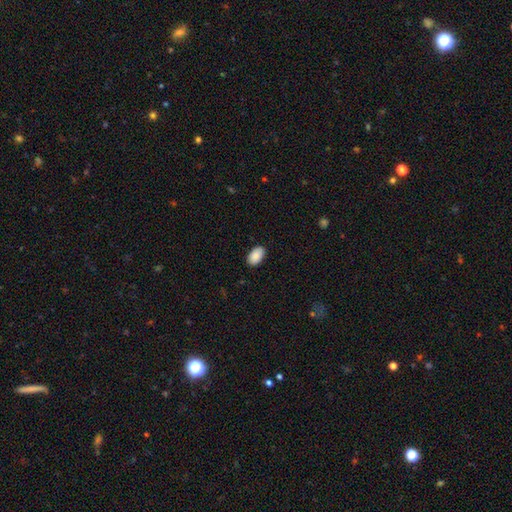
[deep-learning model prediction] smooth-or-featured: smooth: 90% | star or artifact: 6% | featured or disk: 3%
  how-rounded: in between: 93% | round: 6% | cigar-shaped: 1%
  merging: none: 87% | minor disturbance: 10% | major disturbance: 2% | merger: 1%